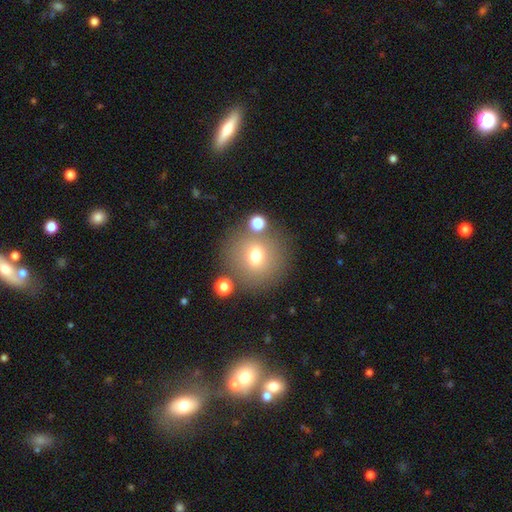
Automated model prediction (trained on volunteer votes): Morphology: type=smooth (69%); roundness=round (89%); merging=none (76%).